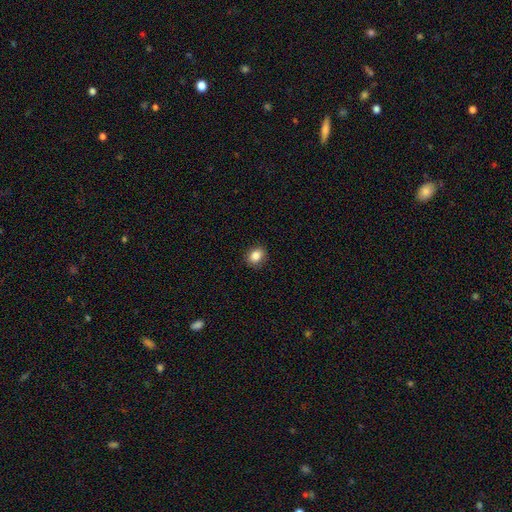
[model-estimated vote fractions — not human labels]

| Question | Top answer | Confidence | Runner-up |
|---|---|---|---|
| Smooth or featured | smooth | 86% | star or artifact (10%) |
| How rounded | round | 55% | in between (44%) |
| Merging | none | 89% | minor disturbance (8%) |